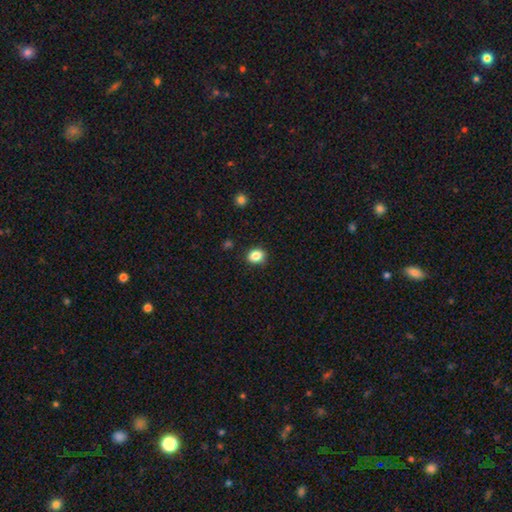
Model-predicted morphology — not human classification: The model was most divided on "how rounded": round: 52%, in between: 47%, cigar-shaped: 1%. More confident: merging — none (85%); smooth or featured — smooth (85%).